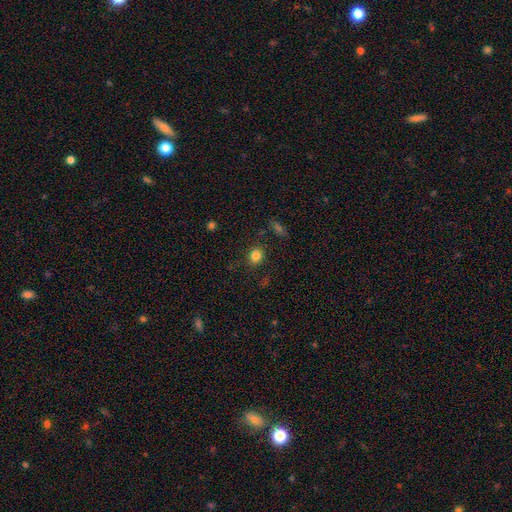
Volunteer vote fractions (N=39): smooth_or_featured: smooth (p=0.82) [alt: star or artifact p=0.13]
how_rounded: round (p=0.75) [alt: in between p=0.25]
merging: none (p=0.74) [alt: major disturbance p=0.15]